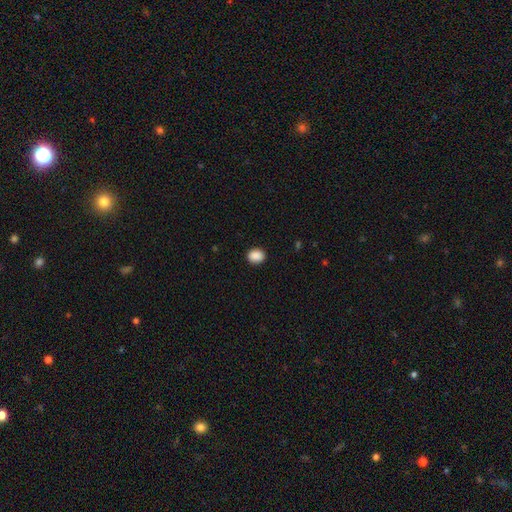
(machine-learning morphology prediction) smooth_or_featured: smooth (p=0.90) [alt: star or artifact p=0.08]
how_rounded: round (p=0.57) [alt: in between p=0.42]
merging: none (p=0.91) [alt: minor disturbance p=0.07]